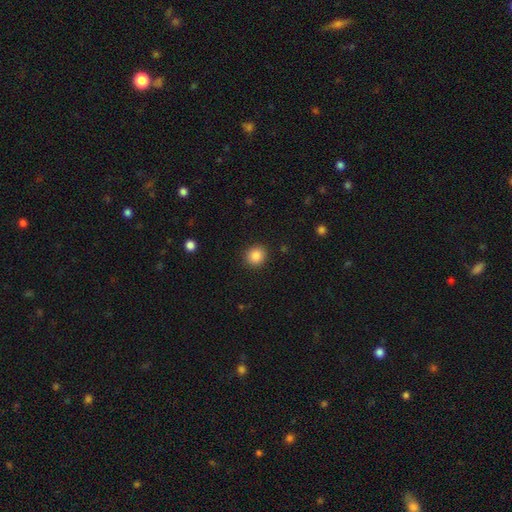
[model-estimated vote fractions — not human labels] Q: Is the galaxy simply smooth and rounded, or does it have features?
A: smooth — 87%.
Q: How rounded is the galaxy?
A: round — 83%.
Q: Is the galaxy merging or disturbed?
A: none — 90%.